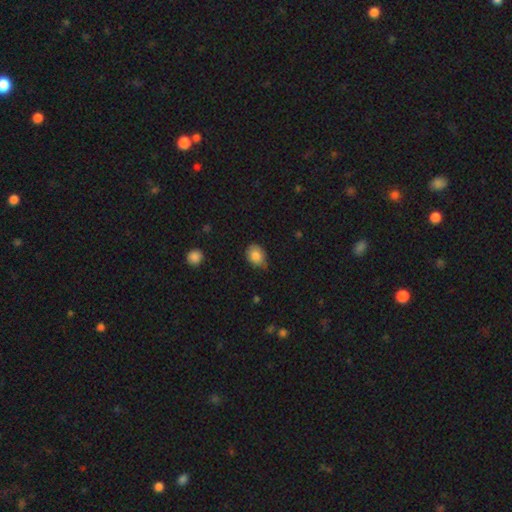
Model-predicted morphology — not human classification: Overall: smooth (83%). How rounded: in between (54%; round 45%). Merging: none (57%; minor disturbance 36%).